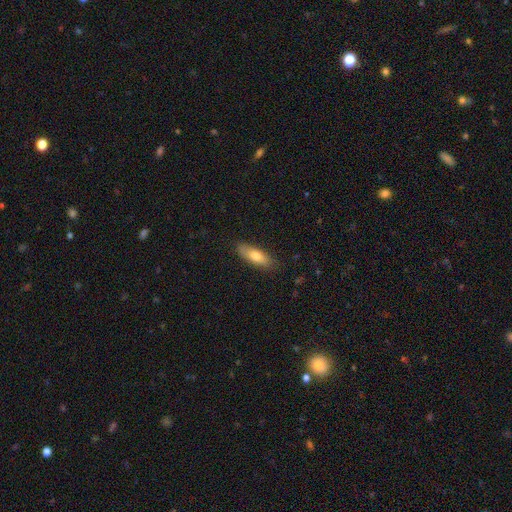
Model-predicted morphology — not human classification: Q: Smooth or featured?
A: smooth (72%); runner-up: featured or disk (22%)
Q: How rounded?
A: in between (60%); runner-up: cigar-shaped (37%)
Q: Merging?
A: none (84%); runner-up: minor disturbance (13%)